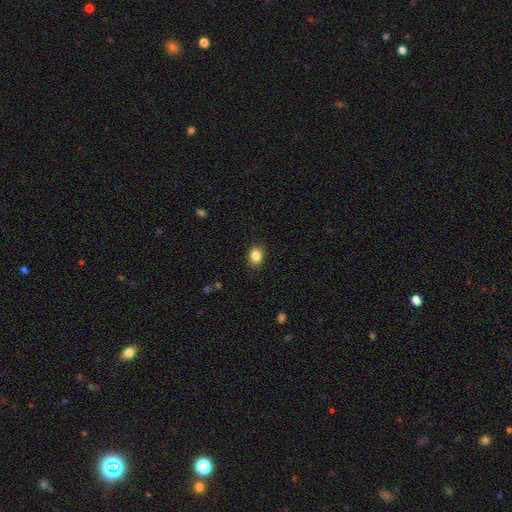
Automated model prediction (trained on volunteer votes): Q: Smooth or featured?
A: smooth (85%); runner-up: star or artifact (9%)
Q: How rounded?
A: in between (58%); runner-up: round (41%)
Q: Merging?
A: none (89%); runner-up: minor disturbance (8%)